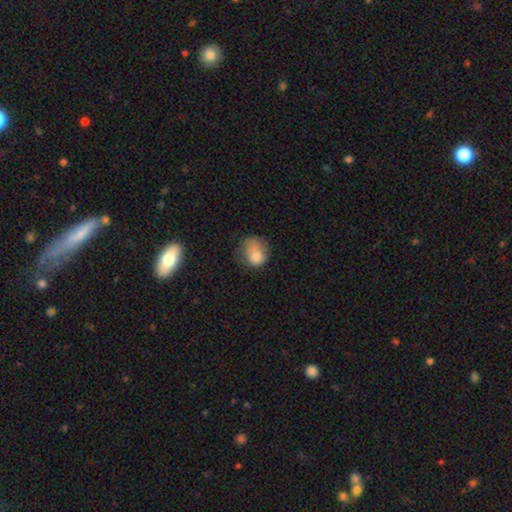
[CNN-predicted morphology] A smooth galaxy with no disk features (78%) that is round (61%). Merging: none (40%).